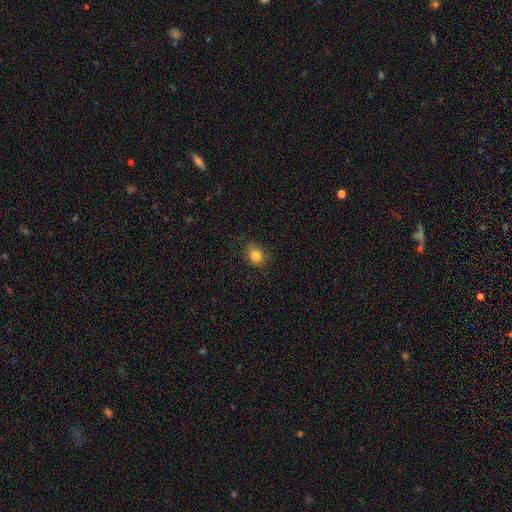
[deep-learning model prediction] A smooth galaxy with no disk features (83%) that is round (58%).

Vote fractions:
- Smooth or featured? smooth: 83% / star or artifact: 11% / featured or disk: 6%
- How rounded? round: 58% / in between: 41% / cigar-shaped: 1%
- Merging? none: 79% / minor disturbance: 16% / major disturbance: 4% / merger: 1%